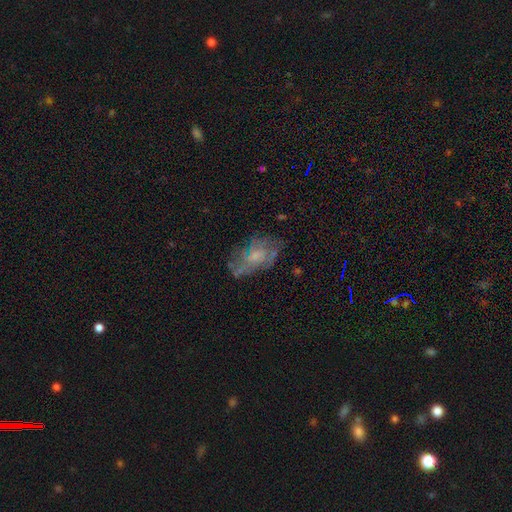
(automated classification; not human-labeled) Q: Smooth or featured?
A: featured or disk (57%); runner-up: smooth (33%)
Q: Edge-on disk?
A: no (94%); runner-up: yes (6%)
Q: Bar?
A: no (76%); runner-up: weak (21%)
Q: Spiral arms?
A: yes (53%); runner-up: no (47%)
Q: Bulge size?
A: small (44%); runner-up: moderate (31%)
Q: Merging?
A: none (57%); runner-up: minor disturbance (23%)